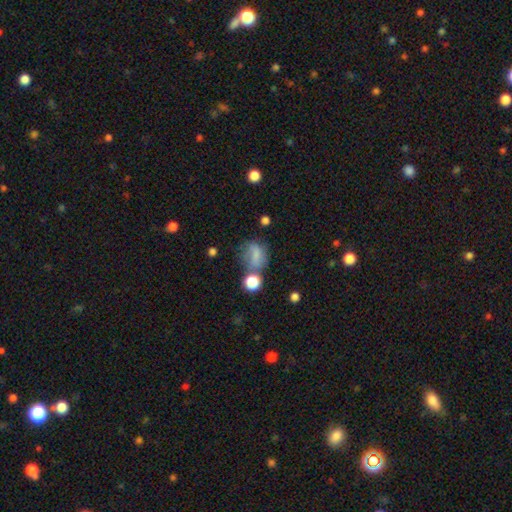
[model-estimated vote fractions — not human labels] This appears to be a smooth galaxy with no disk features (66%) that is round (51%). Merging: none (41%).